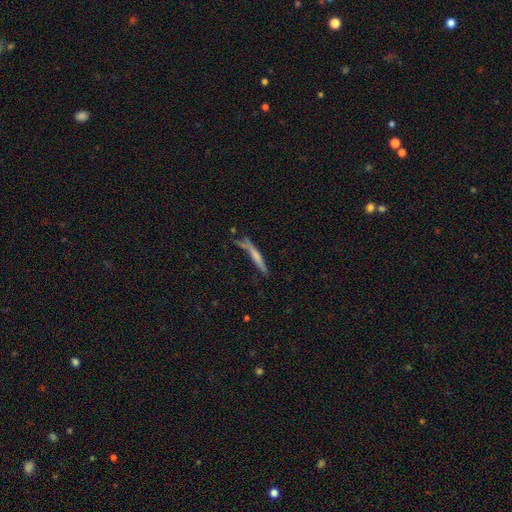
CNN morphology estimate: type=smooth (56%); roundness=cigar-shaped (94%); merging=none (57%).